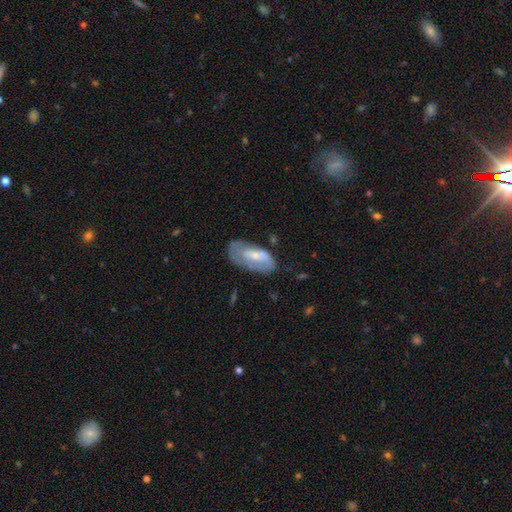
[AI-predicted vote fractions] featured or disk 50%, smooth 43%, star or artifact 7%. Down the decision tree: merging — none (55%).